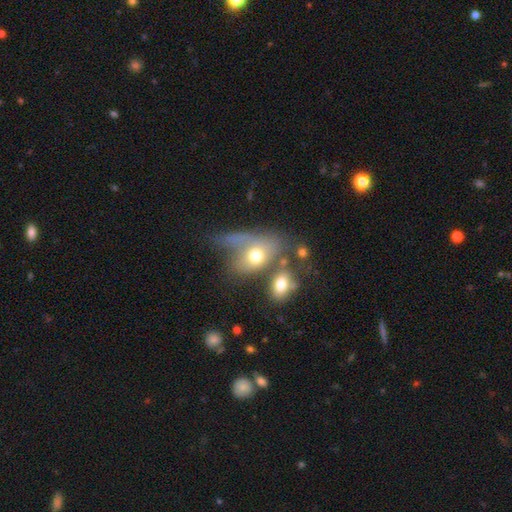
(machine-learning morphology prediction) type=smooth (62%); roundness=in between (73%); merging=merger (36%).